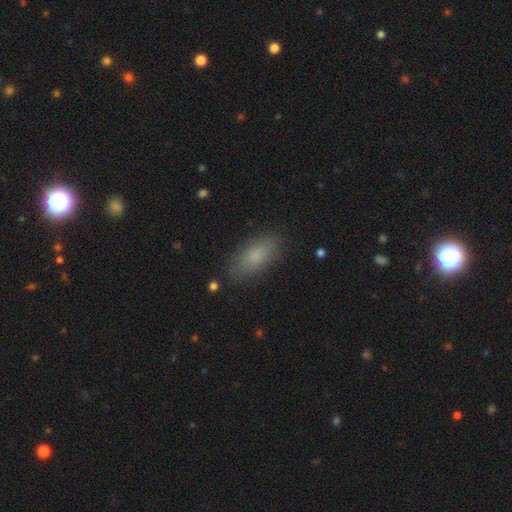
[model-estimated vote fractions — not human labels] Smooth or featured? Predicted: smooth (p=0.81). How rounded? Predicted: in between (p=0.83). Merging? Predicted: none (p=0.84).